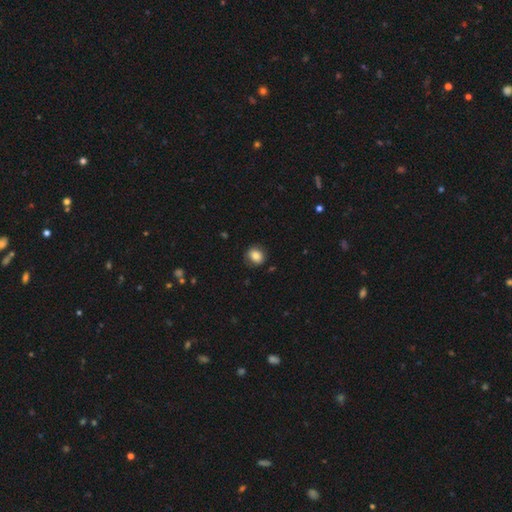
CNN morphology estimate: Smooth or featured?
  - smooth: 81% *
  - featured or disk: 10%
  - star or artifact: 9%
How rounded?
  - round: 64% *
  - in between: 35%
  - cigar-shaped: 1%
Merging?
  - none: 83% *
  - minor disturbance: 12%
  - major disturbance: 3%
  - merger: 1%